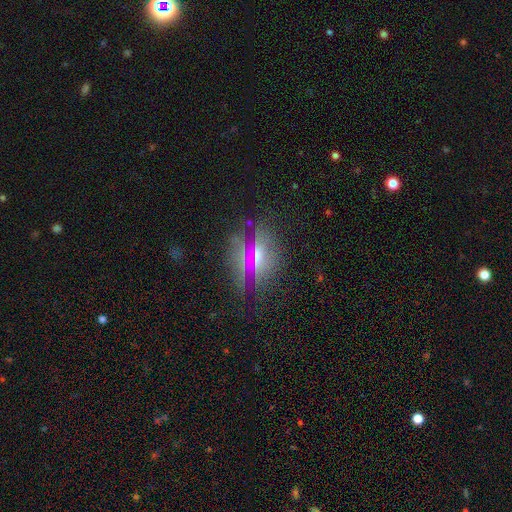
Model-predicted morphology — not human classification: type=smooth (43%); merging=none (78%).